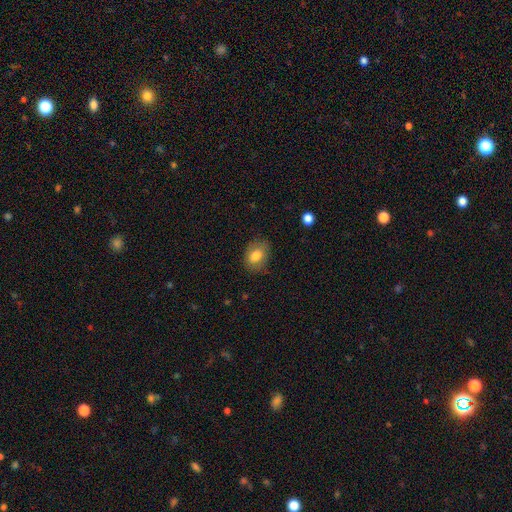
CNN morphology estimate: Smooth or featured: smooth — 80% (featured or disk — 12%)
How rounded: in between — 68% (round — 31%)
Merging: none — 77% (minor disturbance — 17%)